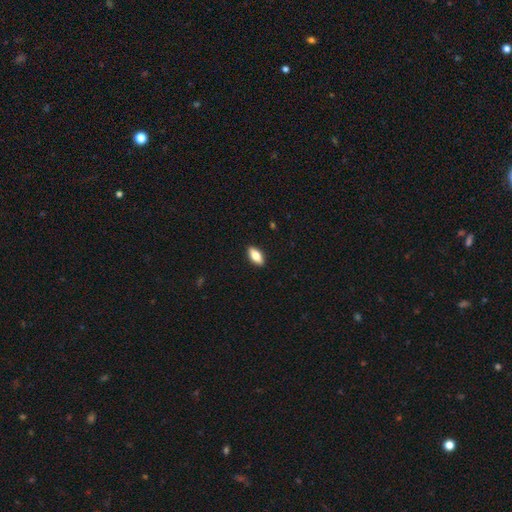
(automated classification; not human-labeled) Smooth or featured? Predicted: smooth (p=0.74). How rounded? Predicted: in between (p=0.86). Merging? Predicted: none (p=0.90).